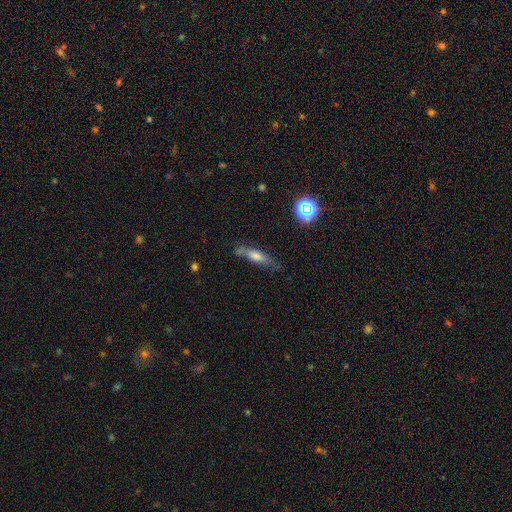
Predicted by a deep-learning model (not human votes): A smooth galaxy with no disk features (53%) that is cigar-shaped (69%). Merging: none (64%).